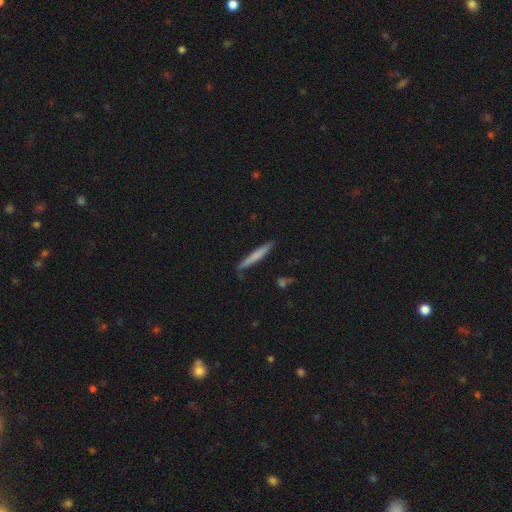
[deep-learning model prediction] This is likely a smooth galaxy (67%). How rounded: clearly cigar-shaped (96%). Merging: clearly none (86%).